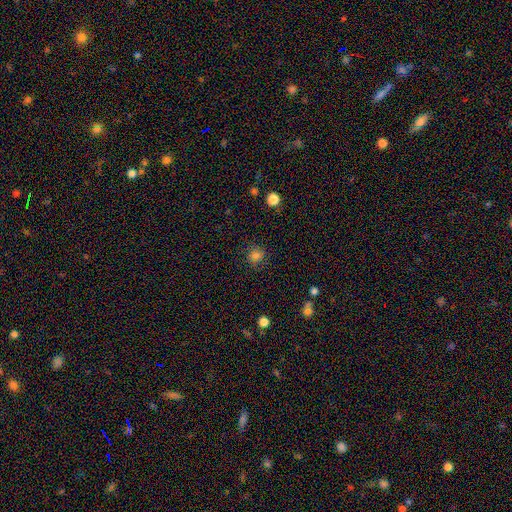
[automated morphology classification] This is clearly a smooth galaxy (80%). How rounded: clearly round (86%). Merging: clearly none (86%).